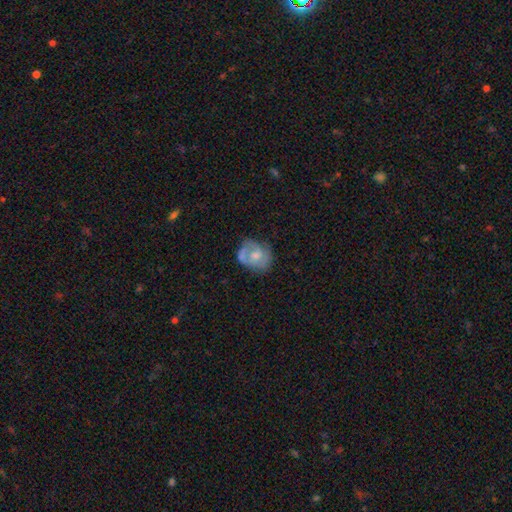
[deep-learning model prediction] A featured or disk galaxy (68%) with no bar (61%), 2 (59%) medium (44%) spiral arms (85%) and a moderate central bulge (51%).

Vote fractions:
- Smooth or featured? featured or disk: 68% / smooth: 26% / star or artifact: 6%
- Edge-on disk? no: 98% / yes: 2%
- Bar? no: 61% / weak: 34% / strong: 5%
- Spiral arms? yes: 85% / no: 15%
- Spiral winding? medium: 44% / tight: 41% / loose: 15%
- Spiral arm count? 2: 59% / can't tell: 18% / 3: 12% / 1: 8% / 4: 2% / more than 4: 2%
- Bulge size? moderate: 51% / small: 33% / none: 8% / large: 6% / dominant: 1%
- Merging? none: 57% / minor disturbance: 26% / major disturbance: 13% / merger: 5%